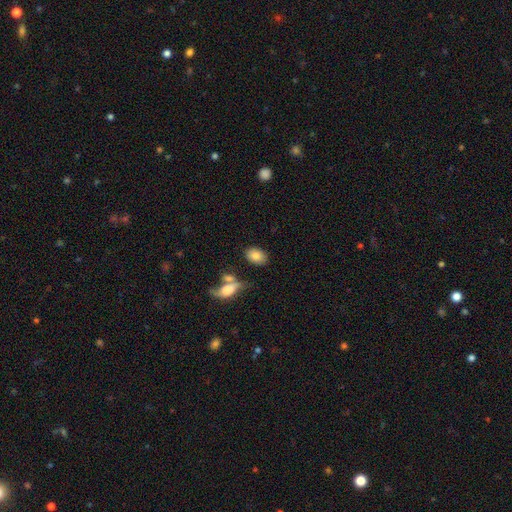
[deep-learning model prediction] A smooth galaxy with no disk features (83%) that is in between round and cigar-shaped (82%). Merging: none (73%).